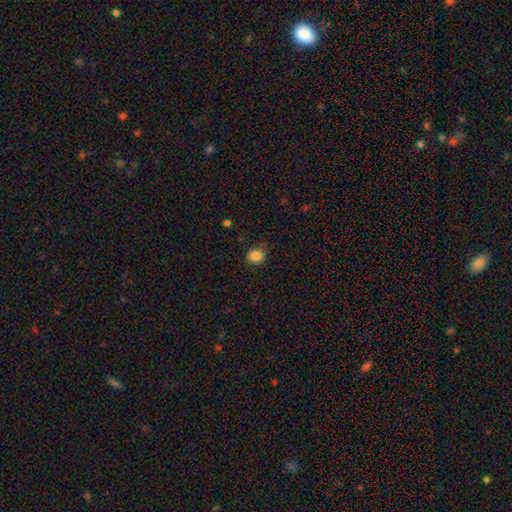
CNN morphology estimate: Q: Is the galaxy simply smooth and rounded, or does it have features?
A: smooth — 86%.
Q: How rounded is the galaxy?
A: round — 67%.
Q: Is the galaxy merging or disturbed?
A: none — 79%.